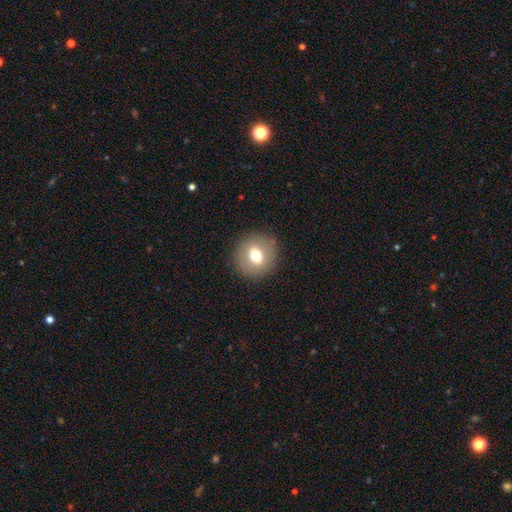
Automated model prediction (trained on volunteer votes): This is likely a smooth galaxy (68%). How rounded: clearly round (86%). Merging: clearly none (89%).